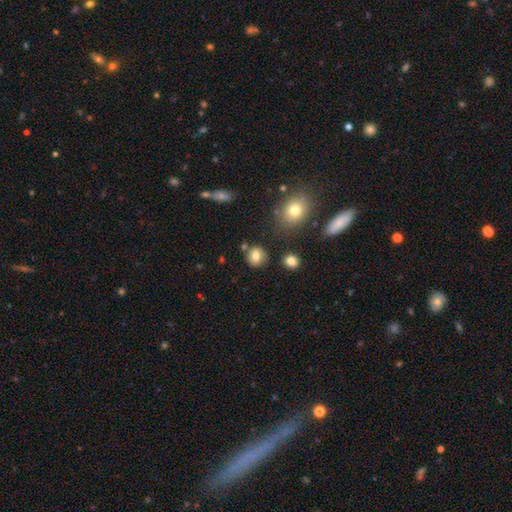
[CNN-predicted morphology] A smooth galaxy with no disk features (76%) that is round (76%). Merging: none (80%).